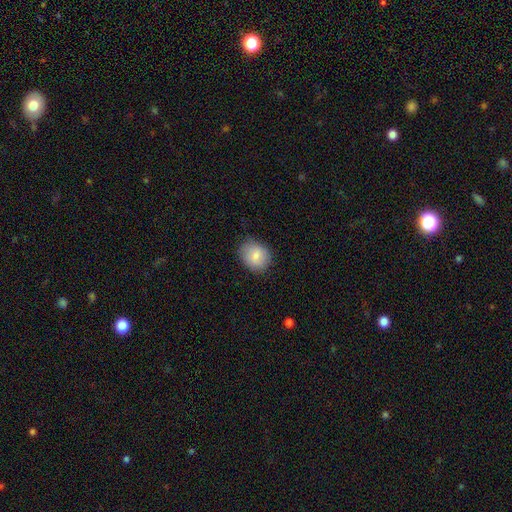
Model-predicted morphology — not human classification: smooth 83%, featured or disk 10%, star or artifact 8%. Down the decision tree: how rounded — round (60%); merging — none (80%).